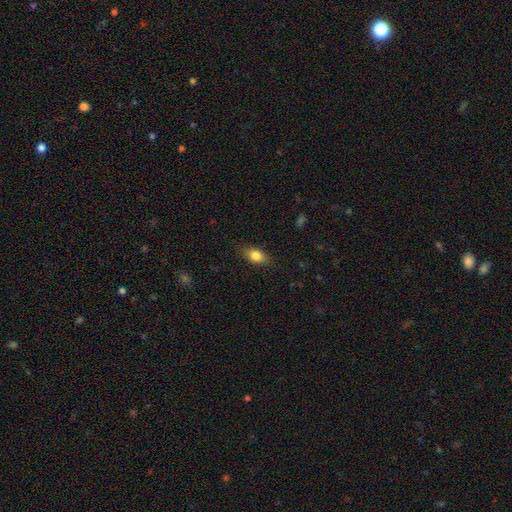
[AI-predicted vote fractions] smooth 81%, featured or disk 11%, star or artifact 8%. Down the decision tree: how rounded — in between (81%); merging — none (83%).